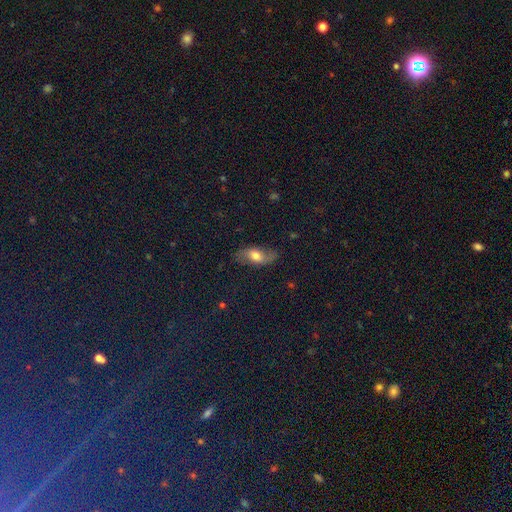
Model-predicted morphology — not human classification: Smooth or featured?
  - smooth: 49% *
  - featured or disk: 41%
  - star or artifact: 10%
Merging?
  - none: 75% *
  - minor disturbance: 17%
  - major disturbance: 6%
  - merger: 1%